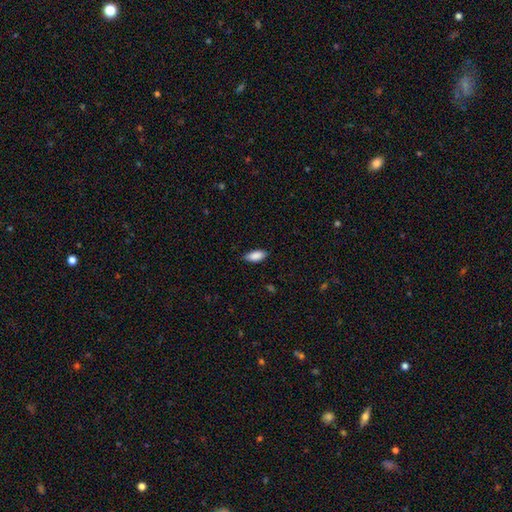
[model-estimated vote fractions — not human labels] The model was most divided on "merging": none: 85%, minor disturbance: 12%, major disturbance: 2%, merger: 1%. More confident: smooth or featured — smooth (89%); how rounded — in between (88%).